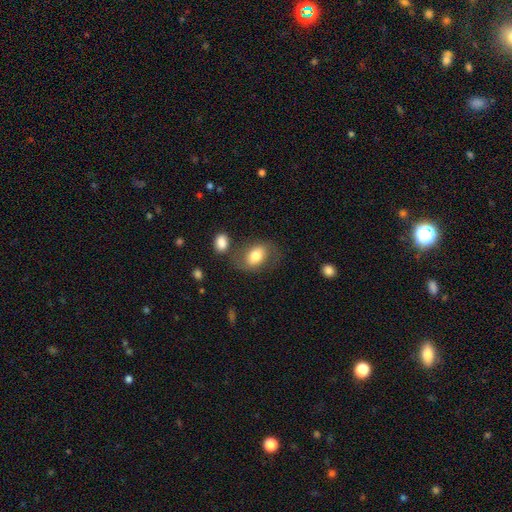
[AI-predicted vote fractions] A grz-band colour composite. It shows a smooth galaxy with no disk features (71%) that is in between round and cigar-shaped (83%). Merging: none (61%).